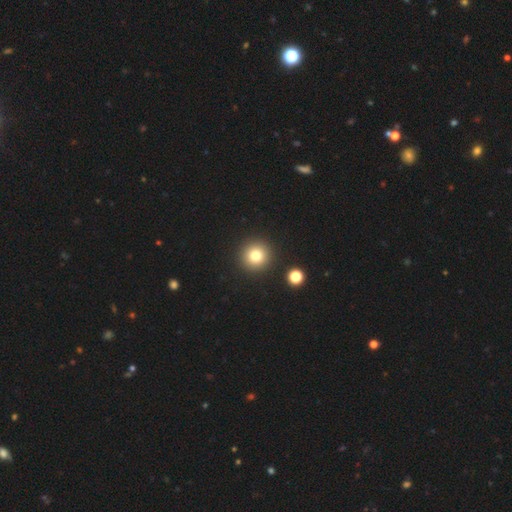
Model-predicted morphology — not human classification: Overall: smooth (78%). How rounded: round (96%). Merging: none (90%).